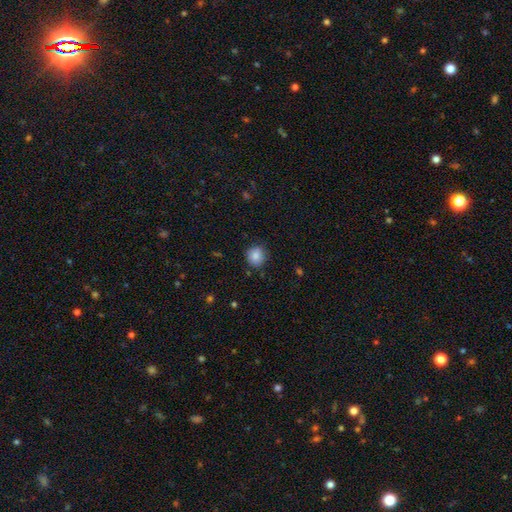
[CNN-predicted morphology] type=smooth (86%); roundness=round (87%); merging=none (83%).